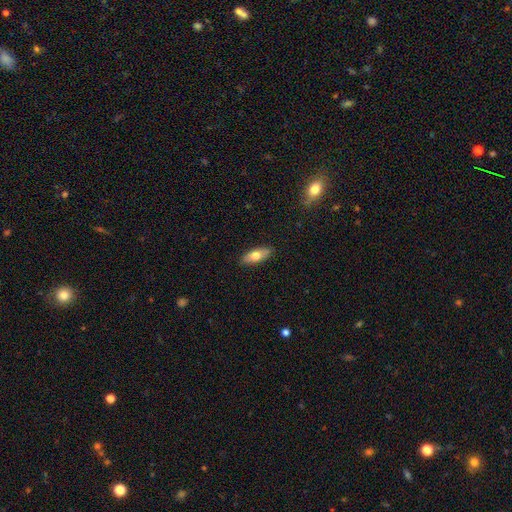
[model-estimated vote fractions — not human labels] Smooth or featured? Predicted: smooth (p=0.71). How rounded? Predicted: in between (p=0.74). Merging? Predicted: none (p=0.87).